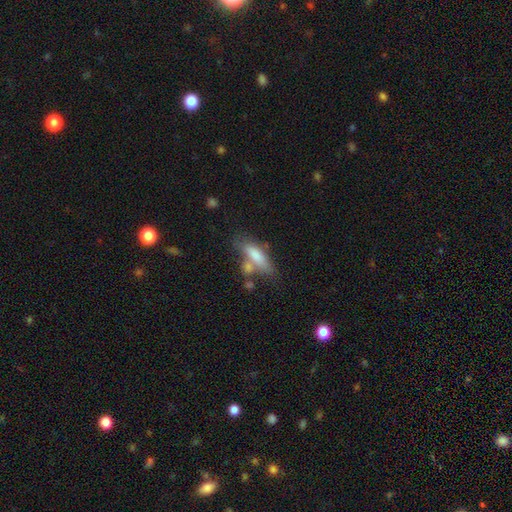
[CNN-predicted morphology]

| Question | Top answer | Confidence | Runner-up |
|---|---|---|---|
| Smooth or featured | smooth | 73% | featured or disk (20%) |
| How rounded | in between | 51% | cigar-shaped (46%) |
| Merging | none | 45% | merger (27%) |